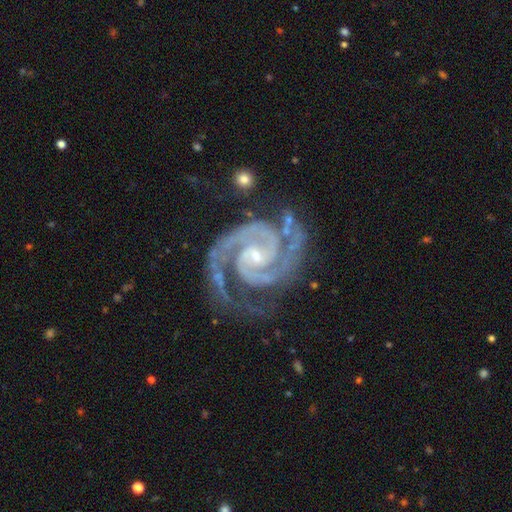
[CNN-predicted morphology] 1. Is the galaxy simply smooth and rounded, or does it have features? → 94% featured or disk, 4% star or artifact, 2% smooth.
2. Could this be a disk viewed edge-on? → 98% no, 2% yes.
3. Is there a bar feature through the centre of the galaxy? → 55% no, 30% weak, 15% strong.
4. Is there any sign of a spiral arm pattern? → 99% yes, 1% no.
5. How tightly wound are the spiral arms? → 62% tight, 35% medium, 3% loose.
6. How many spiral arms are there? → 84% 2, 9% 3, 2% can't tell, 2% 4, 2% 1, 2% more than 4.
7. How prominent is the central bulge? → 79% small, 18% moderate, 2% none, 1% large, 1% dominant.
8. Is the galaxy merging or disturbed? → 67% none, 20% minor disturbance, 9% major disturbance, 3% merger.